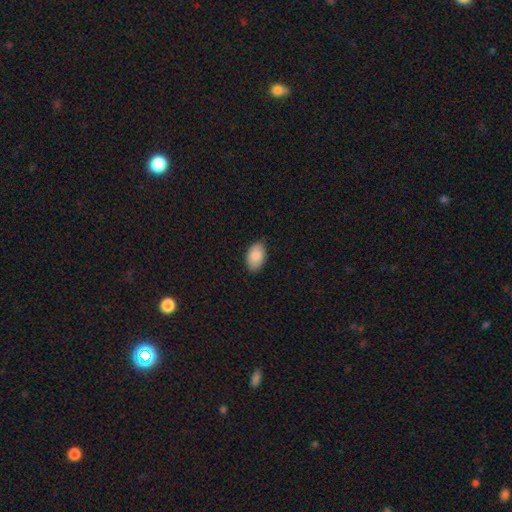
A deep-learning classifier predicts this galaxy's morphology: Smooth or featured? Predicted: smooth (p=0.87). How rounded? Predicted: in between (p=0.92). Merging? Predicted: none (p=0.85).